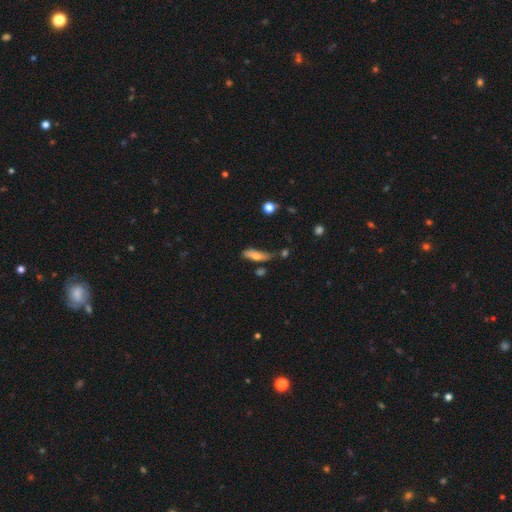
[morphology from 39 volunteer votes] Overall: smooth (74%). How rounded: in between (69%; cigar-shaped 31%). Merging: none (54%; minor disturbance 32%).